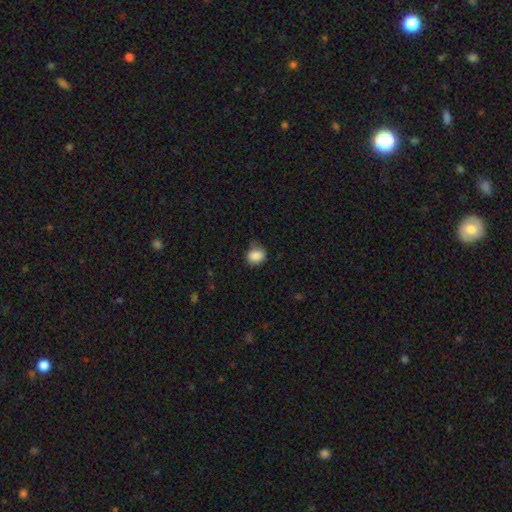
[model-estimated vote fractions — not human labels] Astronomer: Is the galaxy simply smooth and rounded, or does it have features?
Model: smooth — 86%.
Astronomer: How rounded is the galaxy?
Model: round — 56% (runner-up: in between, 43%).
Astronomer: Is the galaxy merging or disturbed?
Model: none — 63%.